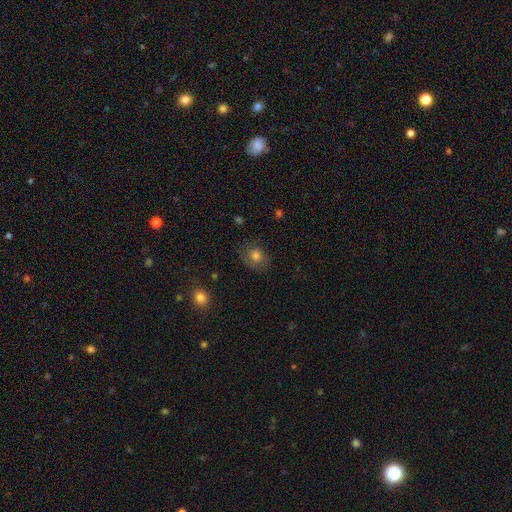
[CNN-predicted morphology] Smooth or featured: smooth — 74% (featured or disk — 14%)
How rounded: round — 66% (in between — 33%)
Merging: none — 73% (minor disturbance — 19%)